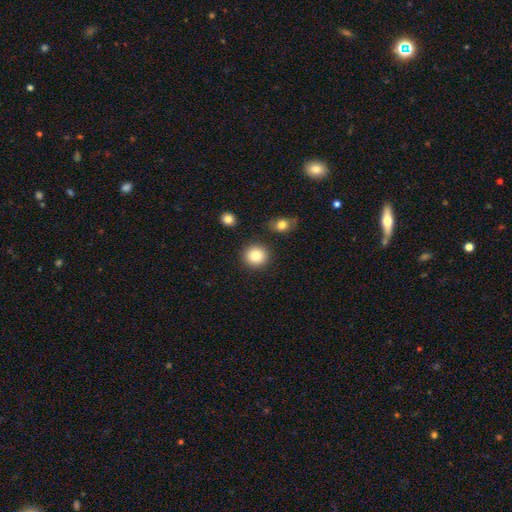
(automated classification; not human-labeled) The model was most divided on "how rounded": round: 86%, in between: 13%, cigar-shaped: 1%. More confident: merging — none (88%); smooth or featured — smooth (86%).